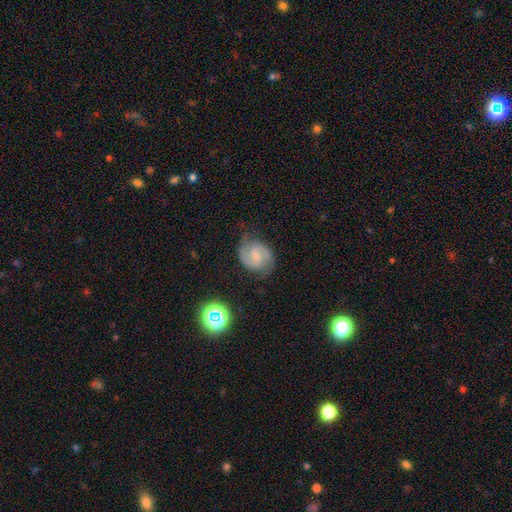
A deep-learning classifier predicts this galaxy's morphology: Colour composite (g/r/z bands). It shows a featured or disk galaxy (82%) with a weak bar (48%), 2 (90%) medium (52%) spiral arms (97%) and a small central bulge (63%). Merging: none (75%).